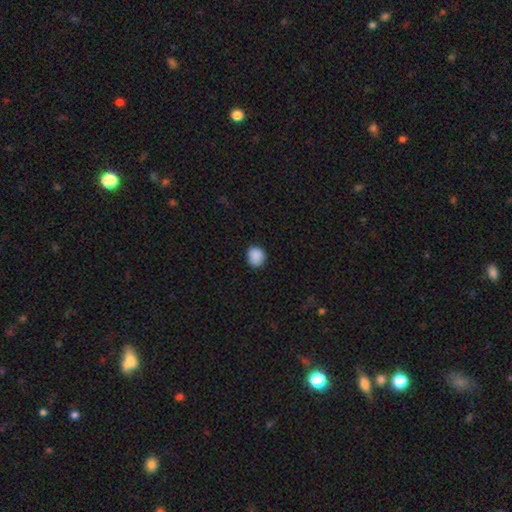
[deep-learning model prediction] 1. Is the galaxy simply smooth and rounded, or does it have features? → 89% smooth, 8% star or artifact, 3% featured or disk.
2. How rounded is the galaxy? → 81% round, 18% in between, 1% cigar-shaped.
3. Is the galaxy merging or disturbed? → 85% none, 11% minor disturbance, 2% major disturbance, 1% merger.